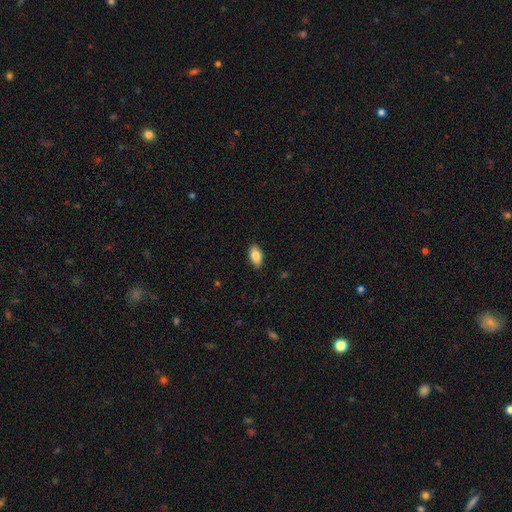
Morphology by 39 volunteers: smooth 90%, star or artifact 8%, featured or disk 3%. Down the decision tree: how rounded — in between (91%); merging — none (86%).